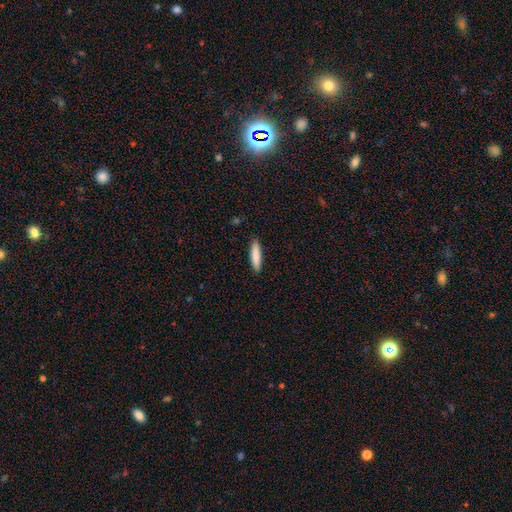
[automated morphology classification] Smooth or featured? Predicted: smooth (p=0.85). How rounded? Predicted: cigar-shaped (p=0.80). Merging? Predicted: none (p=0.90).